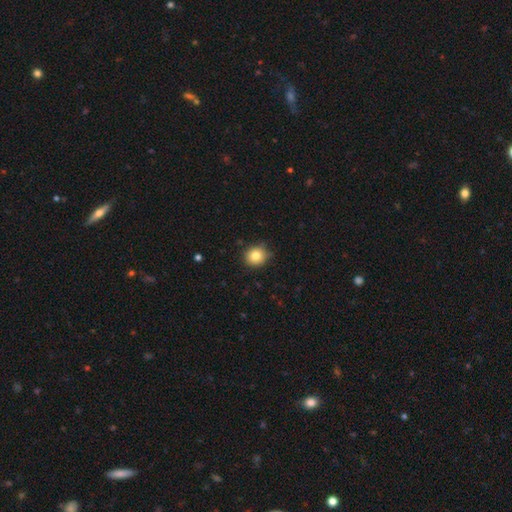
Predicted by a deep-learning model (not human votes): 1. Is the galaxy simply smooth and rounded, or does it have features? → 82% smooth, 11% star or artifact, 8% featured or disk.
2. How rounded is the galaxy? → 85% round, 14% in between, 1% cigar-shaped.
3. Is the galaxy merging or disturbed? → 84% none, 13% minor disturbance, 2% major disturbance, 1% merger.